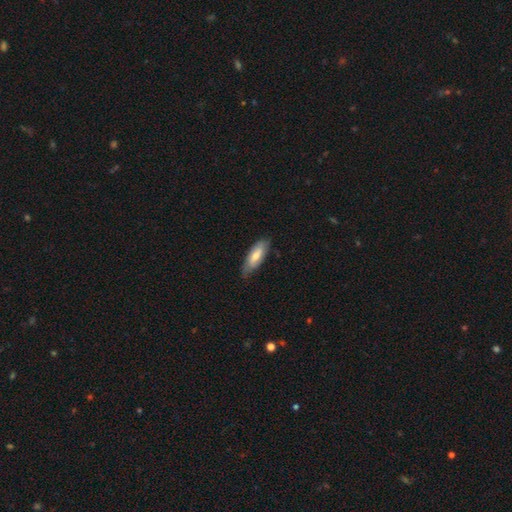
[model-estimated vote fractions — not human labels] This is likely a smooth galaxy (62%). How rounded: likely in between (65%). Merging: likely none (75%).